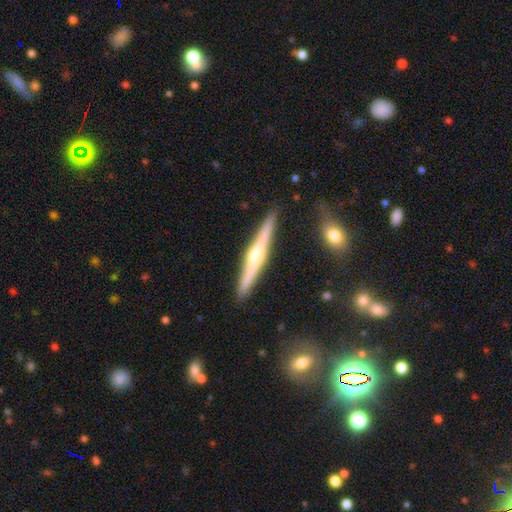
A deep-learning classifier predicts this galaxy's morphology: Smooth or featured?
  - featured or disk: 69% *
  - smooth: 25%
  - star or artifact: 6%
Edge-on disk?
  - yes: 98% *
  - no: 2%
Edge-on bulge?
  - rounded: 83% *
  - none: 9%
  - boxy: 8%
Merging?
  - none: 89% *
  - minor disturbance: 8%
  - major disturbance: 2%
  - merger: 2%